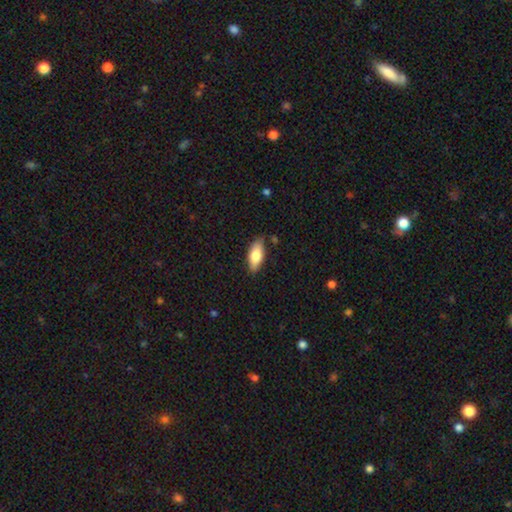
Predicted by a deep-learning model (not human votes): This is likely a smooth galaxy (77%). How rounded: clearly in between (84%). Merging: likely none (80%).